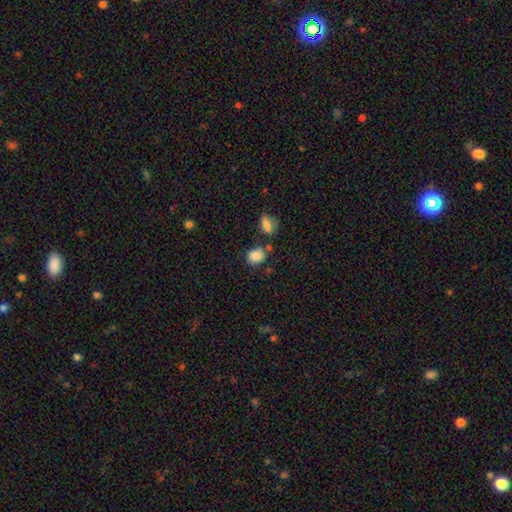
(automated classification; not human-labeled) smooth_or_featured: smooth (p=0.85) [alt: star or artifact p=0.09]
how_rounded: round (p=0.51) [alt: in between p=0.47]
merging: none (p=0.64) [alt: minor disturbance p=0.17]